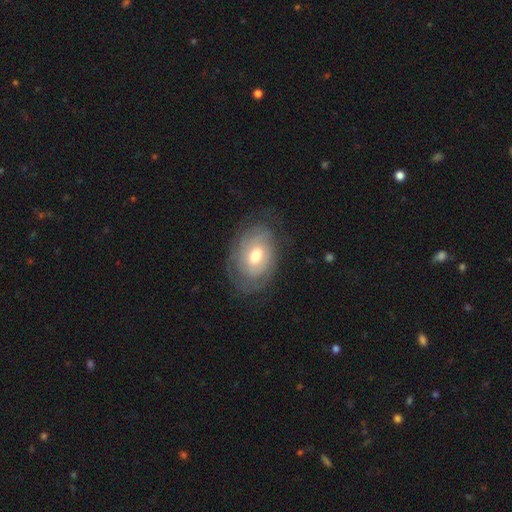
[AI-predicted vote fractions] This appears to be a featured or disk galaxy (63%) with no bar (58%), spiral arms (72%) and a moderate central bulge (72%). Merging: none (70%).